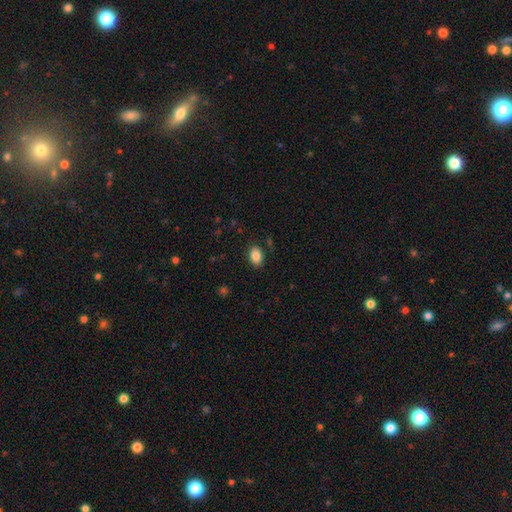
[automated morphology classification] This is clearly a smooth galaxy (86%). How rounded: clearly in between (85%). Merging: clearly none (86%).